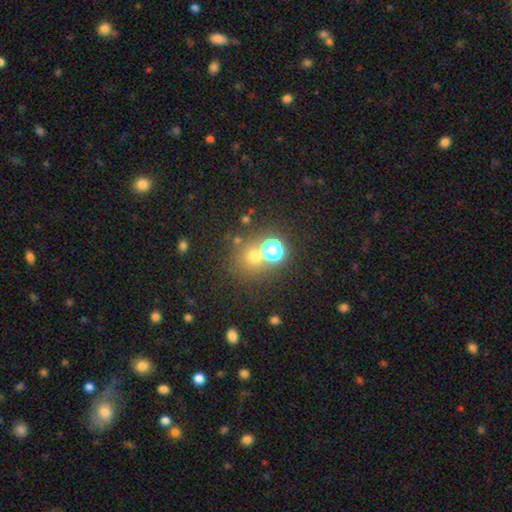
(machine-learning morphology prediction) Smooth or featured: smooth — 61% (star or artifact — 29%)
How rounded: round — 88% (in between — 11%)
Merging: none — 65% (merger — 23%)